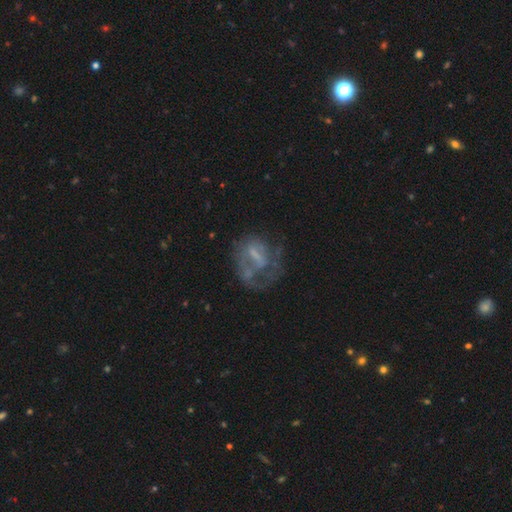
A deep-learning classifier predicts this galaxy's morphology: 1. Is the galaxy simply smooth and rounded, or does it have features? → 59% featured or disk, 29% smooth, 12% star or artifact.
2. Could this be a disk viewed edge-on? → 96% no, 4% yes.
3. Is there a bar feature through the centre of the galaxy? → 45% no, 36% weak, 19% strong.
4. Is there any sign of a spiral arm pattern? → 61% no, 39% yes.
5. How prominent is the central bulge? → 46% none, 26% small, 22% moderate, 5% large, 1% dominant.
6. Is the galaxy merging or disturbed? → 40% major disturbance, 36% none, 19% minor disturbance, 5% merger.